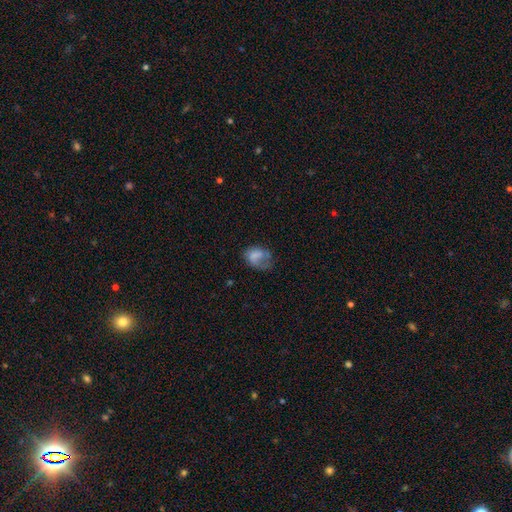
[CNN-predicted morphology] type=smooth (63%); roundness=in between (71%); merging=major disturbance (36%).